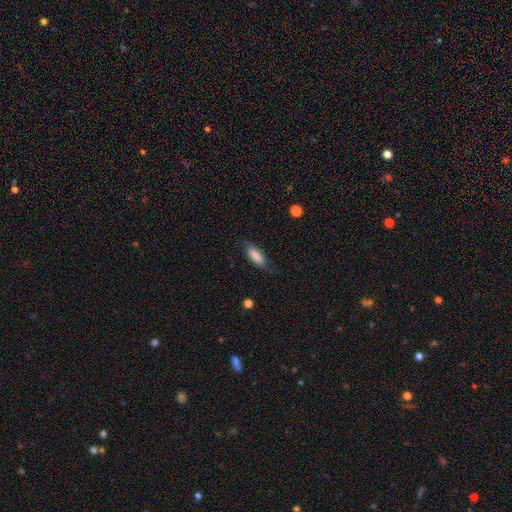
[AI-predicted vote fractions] Overall: smooth (82%). How rounded: in between (76%). Merging: none (73%).